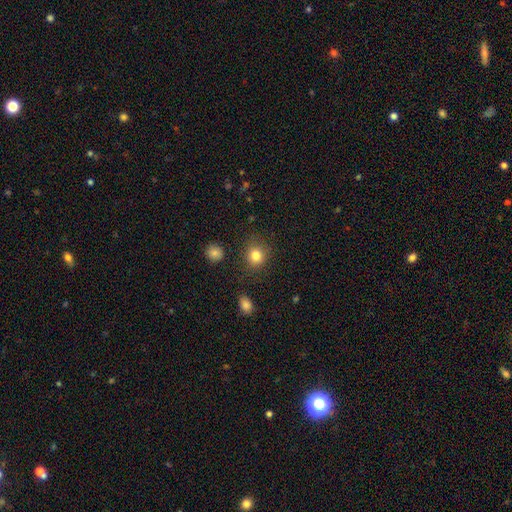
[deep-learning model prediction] Smooth or featured?
  - smooth: 82% *
  - star or artifact: 12%
  - featured or disk: 6%
How rounded?
  - round: 82% *
  - in between: 17%
  - cigar-shaped: 1%
Merging?
  - none: 83% *
  - minor disturbance: 11%
  - major disturbance: 4%
  - merger: 2%